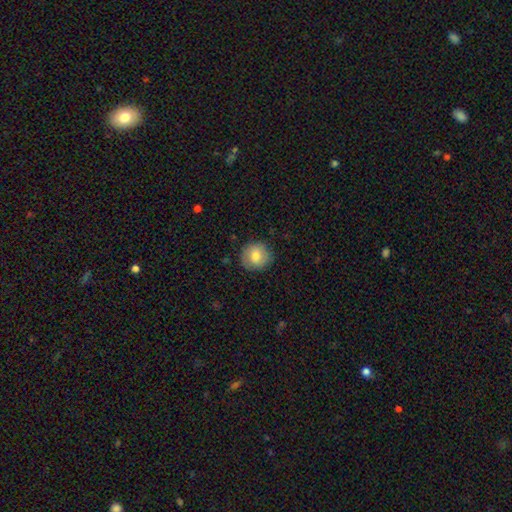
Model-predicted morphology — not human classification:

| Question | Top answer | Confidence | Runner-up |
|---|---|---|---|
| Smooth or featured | smooth | 78% | featured or disk (14%) |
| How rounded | round | 90% | in between (9%) |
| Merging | none | 86% | minor disturbance (11%) |